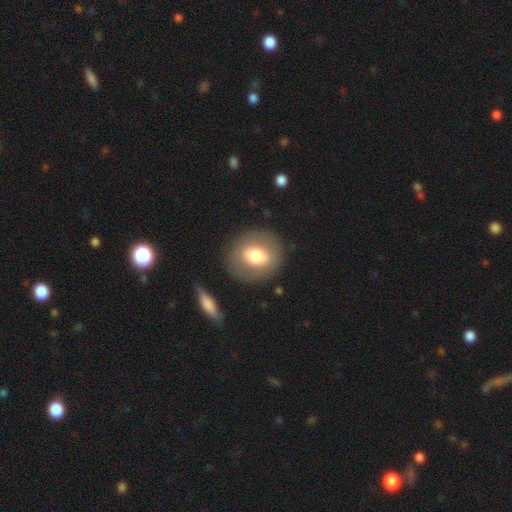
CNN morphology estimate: Overall: smooth (64%; featured or disk 28%). How rounded: round (80%). Merging: none (84%).